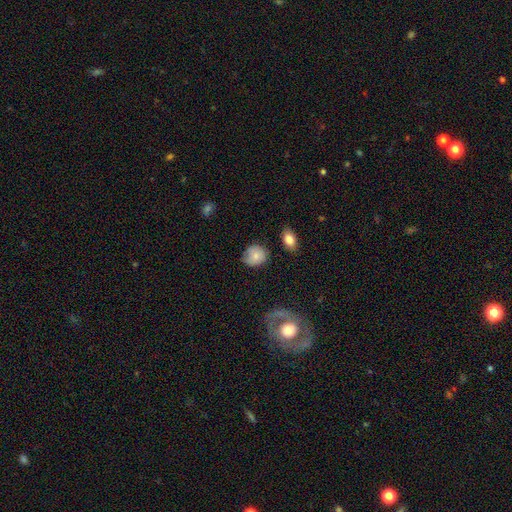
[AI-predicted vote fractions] This is likely a smooth galaxy (74%). How rounded: likely round (73%). Merging: likely none (64%).